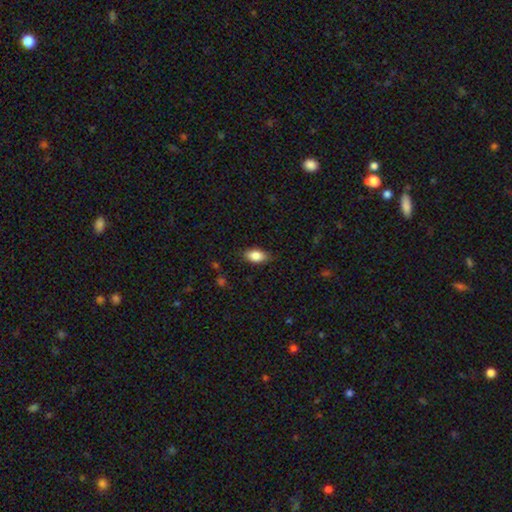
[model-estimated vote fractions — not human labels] Smooth or featured? smooth (84%)
How rounded? in between (90%)
Merging? none (84%)